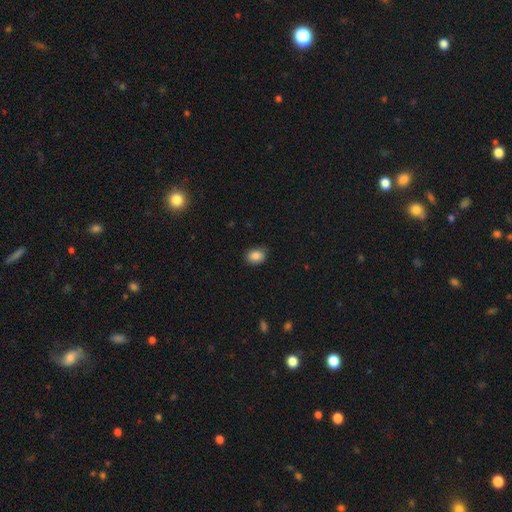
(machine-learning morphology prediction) Smooth or featured?
  - smooth: 87% *
  - star or artifact: 9%
  - featured or disk: 4%
How rounded?
  - in between: 65% *
  - round: 34%
  - cigar-shaped: 1%
Merging?
  - none: 80% *
  - minor disturbance: 16%
  - major disturbance: 3%
  - merger: 1%